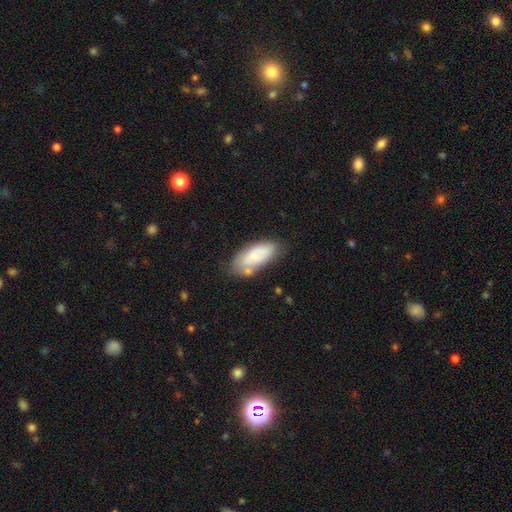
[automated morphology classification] Smooth or featured: smooth — 73% (featured or disk — 21%)
How rounded: in between — 87% (cigar-shaped — 11%)
Merging: none — 64% (minor disturbance — 21%)